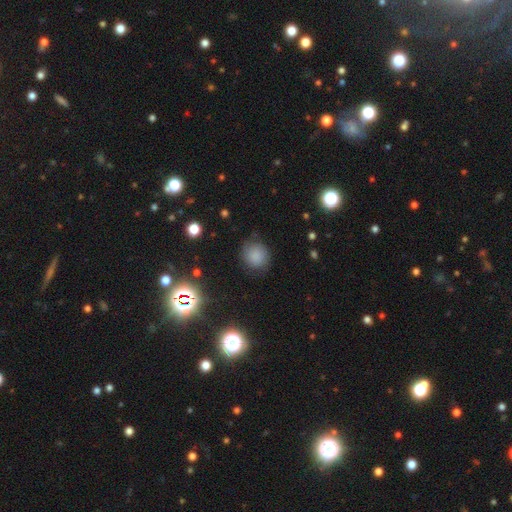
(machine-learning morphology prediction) This is clearly a smooth galaxy (80%). How rounded: clearly round (85%). Merging: likely none (78%).